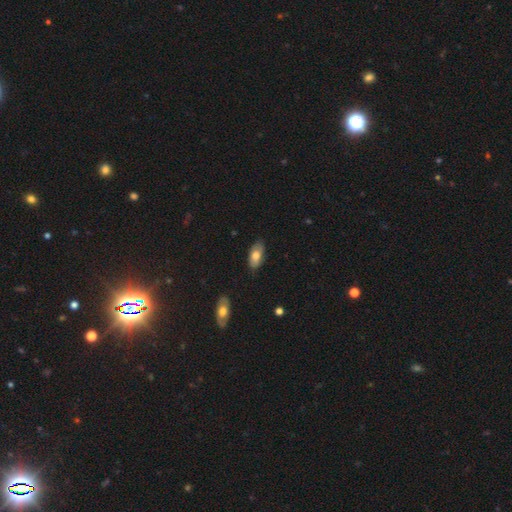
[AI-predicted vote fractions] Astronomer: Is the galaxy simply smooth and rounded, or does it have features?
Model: smooth — 75%.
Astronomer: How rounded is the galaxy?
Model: in between — 91%.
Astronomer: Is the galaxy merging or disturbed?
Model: none — 80%.